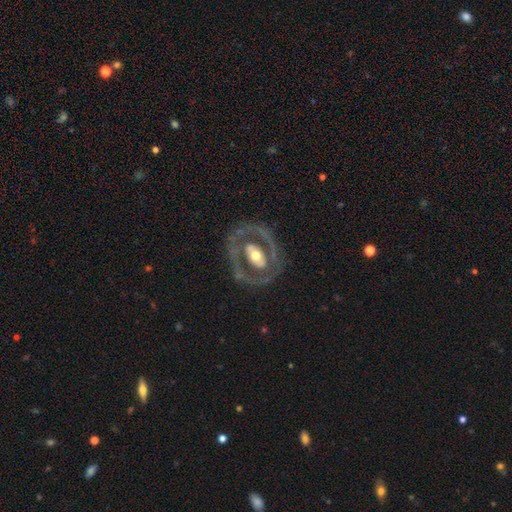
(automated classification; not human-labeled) smooth-or-featured: featured or disk: 75% | smooth: 20% | star or artifact: 5%
  disk-edge-on: no: 94% | yes: 6%
    bar: no: 55% | weak: 23% | strong: 22%
    has-spiral-arms: no: 60% | yes: 40%
    bulge-size: moderate: 67% | large: 17% | small: 13% | dominant: 2% | none: 1%
  merging: none: 71% | minor disturbance: 16% | major disturbance: 12% | merger: 2%